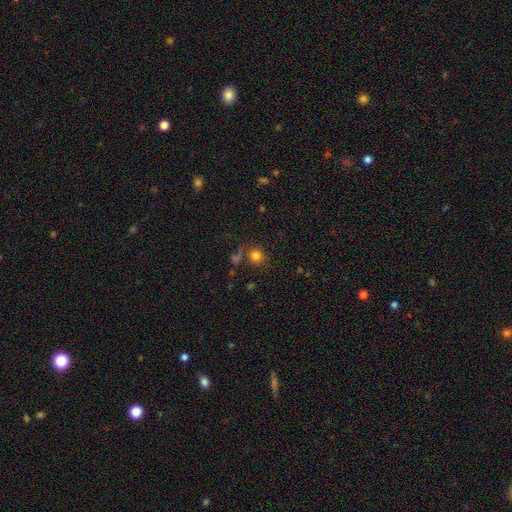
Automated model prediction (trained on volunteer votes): smooth_or_featured: smooth (p=0.79) [alt: star or artifact p=0.14]
how_rounded: round (p=0.90) [alt: in between p=0.09]
merging: none (p=0.72) [alt: merger p=0.13]